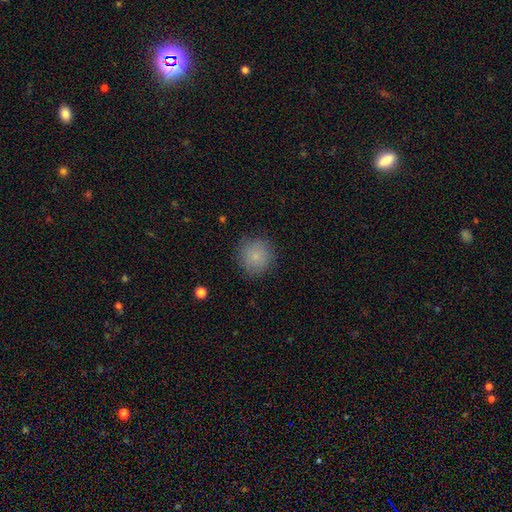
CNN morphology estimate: Smooth or featured? smooth (81%)
How rounded? round (93%)
Merging? none (84%)